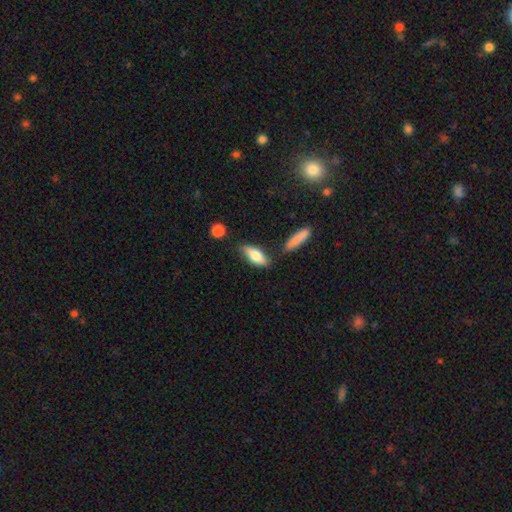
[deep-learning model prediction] smooth 73%, featured or disk 21%, star or artifact 6%. Down the decision tree: how rounded — in between (68%); merging — none (67%).